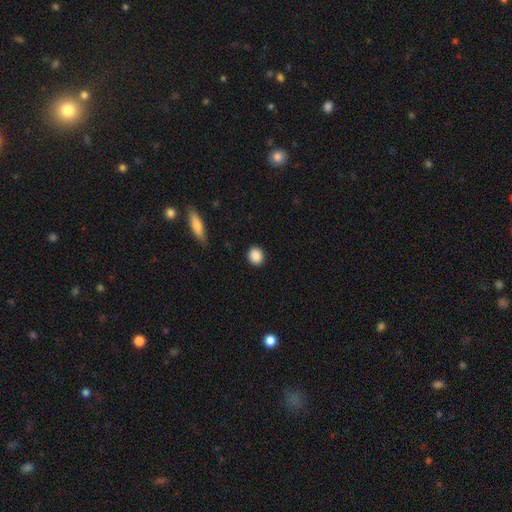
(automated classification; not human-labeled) Smooth or featured?
  - smooth: 89% *
  - star or artifact: 8%
  - featured or disk: 3%
How rounded?
  - round: 69% *
  - in between: 30%
  - cigar-shaped: 1%
Merging?
  - none: 90% *
  - minor disturbance: 7%
  - major disturbance: 2%
  - merger: 1%